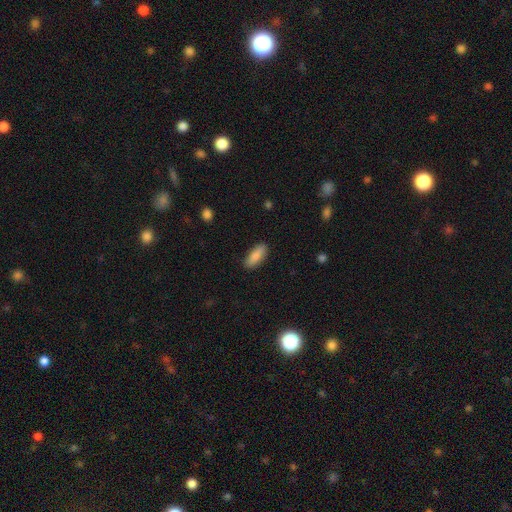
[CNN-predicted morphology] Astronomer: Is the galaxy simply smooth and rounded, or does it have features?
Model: smooth — 85%.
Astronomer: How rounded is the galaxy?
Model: in between — 76%.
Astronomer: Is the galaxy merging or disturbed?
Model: none — 88%.